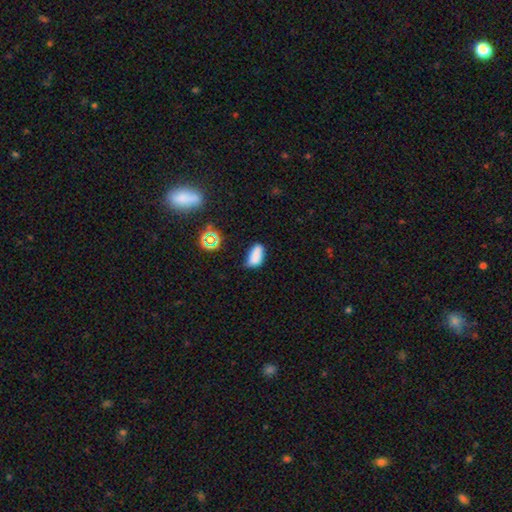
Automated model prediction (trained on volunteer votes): This appears to be a smooth galaxy with no disk features (75%) that is in between round and cigar-shaped (90%). Merging: none (48%).